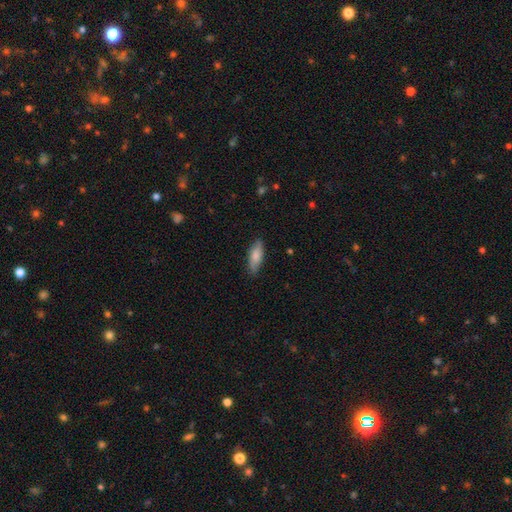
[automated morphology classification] Smooth or featured? Predicted: smooth (p=0.79). How rounded? Predicted: in between (p=0.65). Merging? Predicted: none (p=0.85).